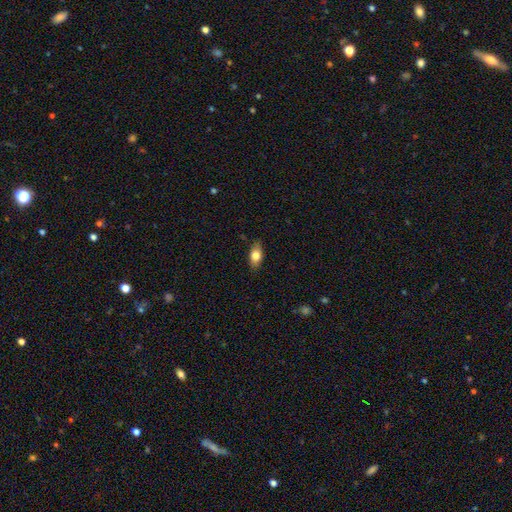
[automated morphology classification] Overall: smooth (76%). How rounded: in between (85%). Merging: none (84%).